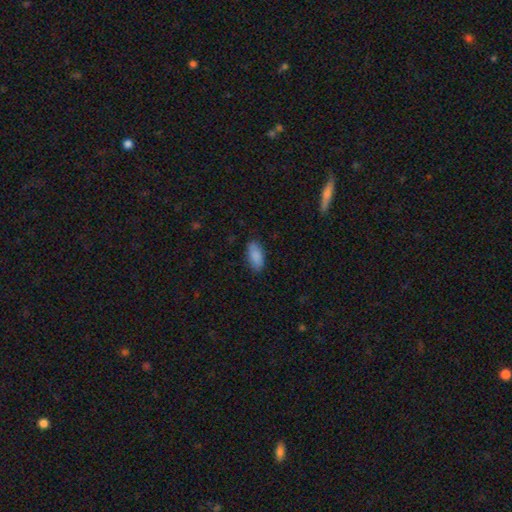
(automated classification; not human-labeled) Morphology: type=smooth (88%); roundness=in between (89%); merging=none (86%).